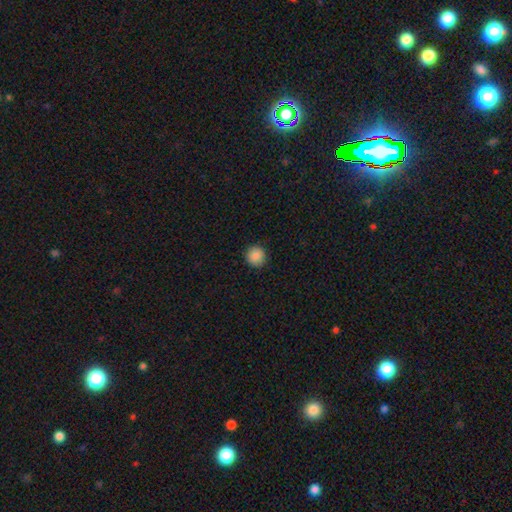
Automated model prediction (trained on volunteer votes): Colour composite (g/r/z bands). It shows a smooth galaxy with no disk features (88%) that is round (94%). Merging: none (91%).